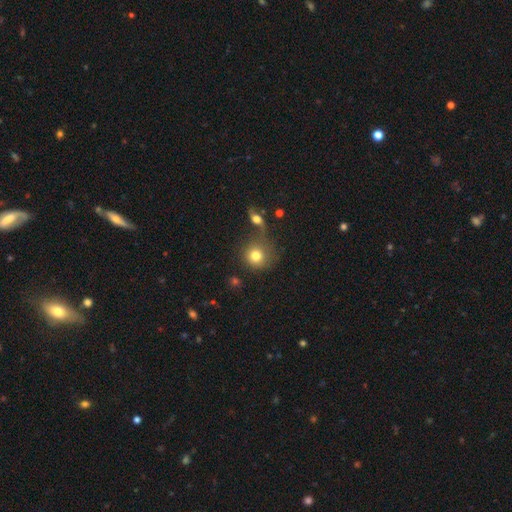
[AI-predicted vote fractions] Smooth or featured? smooth (79%)
How rounded? round (90%)
Merging? none (57%)